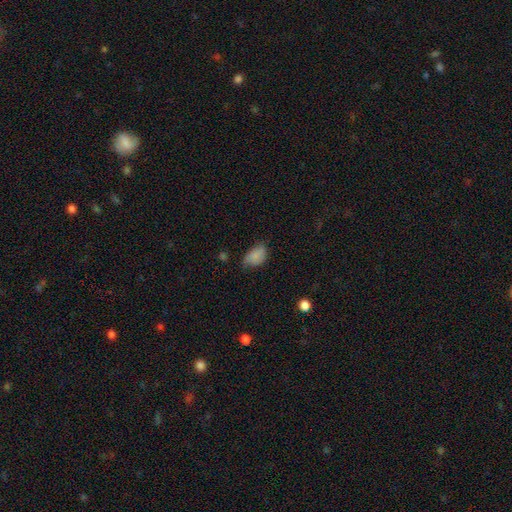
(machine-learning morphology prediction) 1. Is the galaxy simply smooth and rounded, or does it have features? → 82% smooth, 9% star or artifact, 9% featured or disk.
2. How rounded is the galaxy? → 86% in between, 13% round, 1% cigar-shaped.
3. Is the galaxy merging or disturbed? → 48% none, 40% minor disturbance, 10% major disturbance, 2% merger.